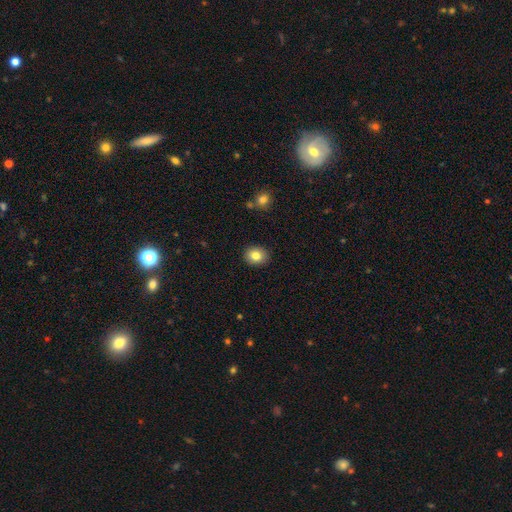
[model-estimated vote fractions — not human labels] This appears to be a smooth galaxy with no disk features (82%) that is round (62%). Merging: none (90%).